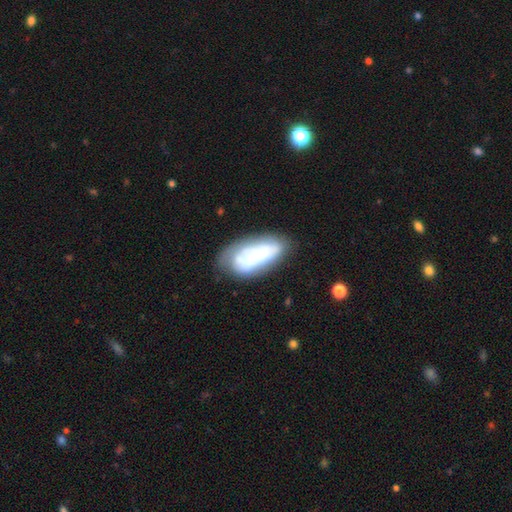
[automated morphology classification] Overall: featured or disk (57%; smooth 35%). Edge-on disk: no (93%). Bar: no (74%). Spiral arms: yes (59%; no 41%). Bulge size: small (54%; moderate 35%). Merging: none (59%; minor disturbance 24%).